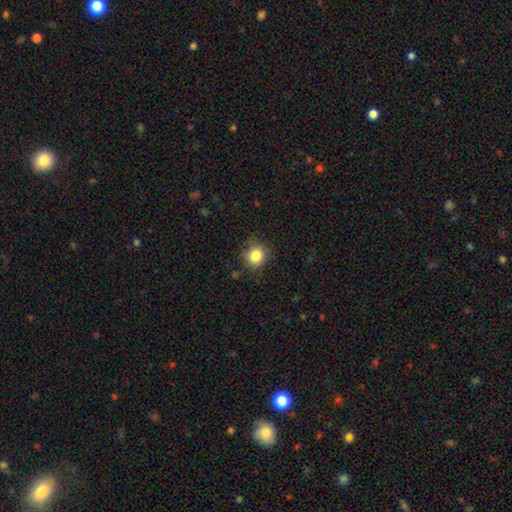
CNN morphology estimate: type=smooth (83%); roundness=round (86%); merging=none (81%).